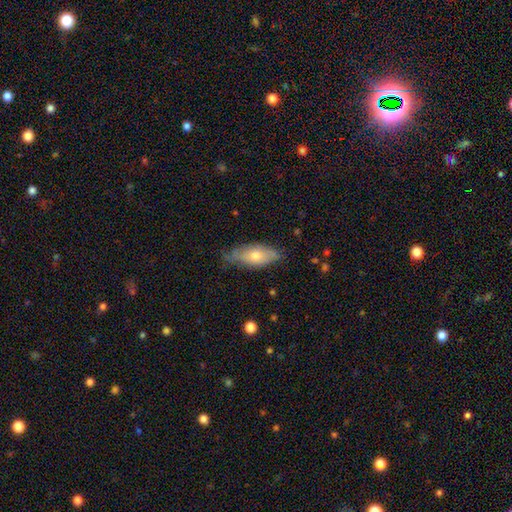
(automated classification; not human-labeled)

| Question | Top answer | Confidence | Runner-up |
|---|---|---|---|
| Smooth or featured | smooth | 60% | featured or disk (34%) |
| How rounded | in between | 77% | cigar-shaped (20%) |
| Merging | none | 64% | minor disturbance (29%) |